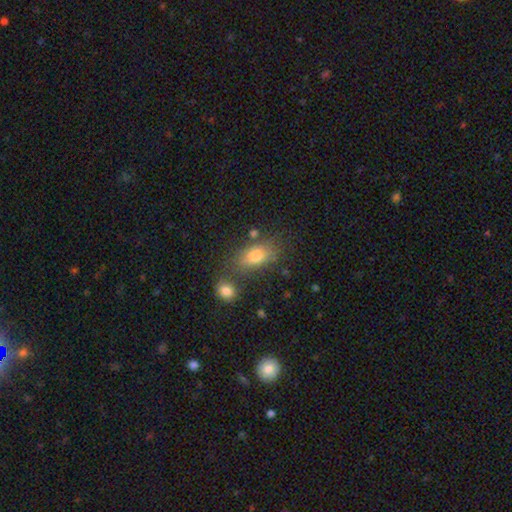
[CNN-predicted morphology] A smooth galaxy with no disk features (77%) that is in between round and cigar-shaped (83%).

Vote fractions:
- Smooth or featured? smooth: 77% / featured or disk: 12% / star or artifact: 11%
- How rounded? in between: 83% / round: 12% / cigar-shaped: 5%
- Merging? none: 64% / merger: 15% / minor disturbance: 15% / major disturbance: 5%